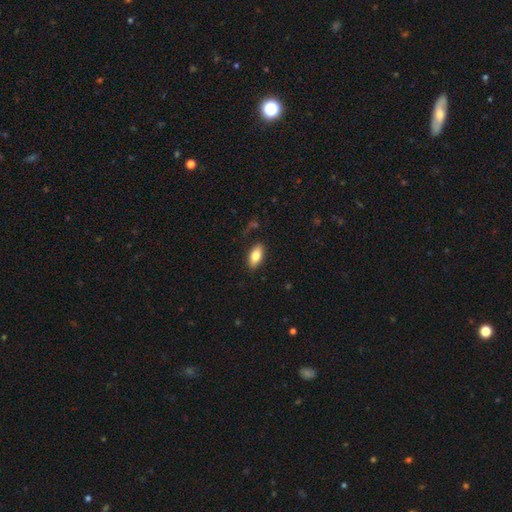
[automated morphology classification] Smooth or featured? smooth (78%)
How rounded? in between (89%)
Merging? none (85%)